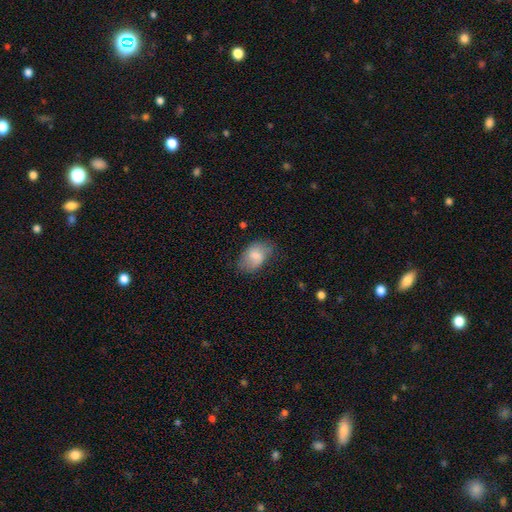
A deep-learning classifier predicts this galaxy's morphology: Q: Smooth or featured?
A: smooth (75%); runner-up: featured or disk (18%)
Q: How rounded?
A: in between (88%); runner-up: round (11%)
Q: Merging?
A: none (60%); runner-up: minor disturbance (29%)